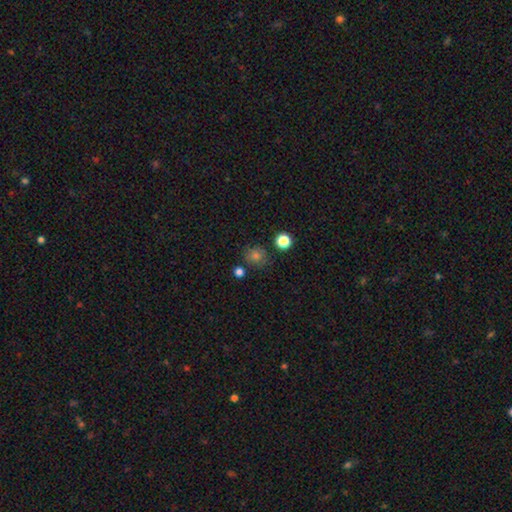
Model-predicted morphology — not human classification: A smooth galaxy with no disk features (74%) that is round (82%).

Vote fractions:
- Smooth or featured? smooth: 74% / star or artifact: 18% / featured or disk: 8%
- How rounded? round: 82% / in between: 17% / cigar-shaped: 1%
- Merging? none: 79% / minor disturbance: 11% / merger: 7% / major disturbance: 3%